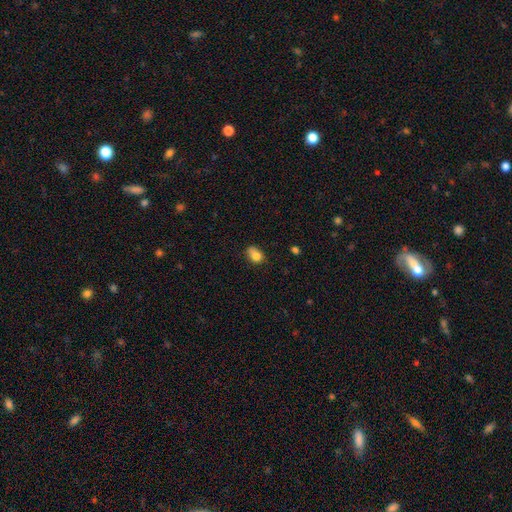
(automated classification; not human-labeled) The model was most divided on "merging": none: 61%, minor disturbance: 30%, major disturbance: 7%, merger: 3%. More confident: smooth or featured — smooth (82%); how rounded — in between (71%).